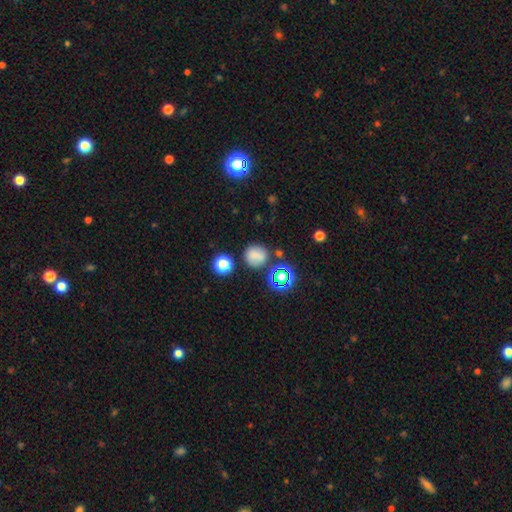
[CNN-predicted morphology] The model was most divided on "smooth or featured": smooth: 70%, star or artifact: 19%, featured or disk: 11%. More confident: how rounded — round (84%); merging — none (73%).